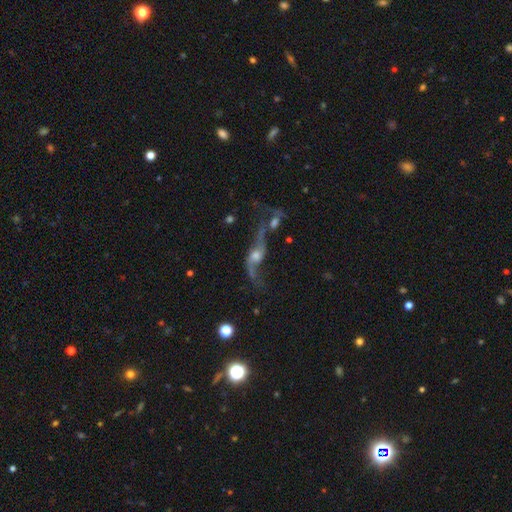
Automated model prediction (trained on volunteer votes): featured or disk 78%, smooth 12%, star or artifact 10%. Down the decision tree: edge-on disk — no (84%); bar — no (65%); spiral arms — yes (87%); spiral arm count — 2 (85%); spiral winding — loose (89%); bulge size — moderate (50%); merging — none (33%).